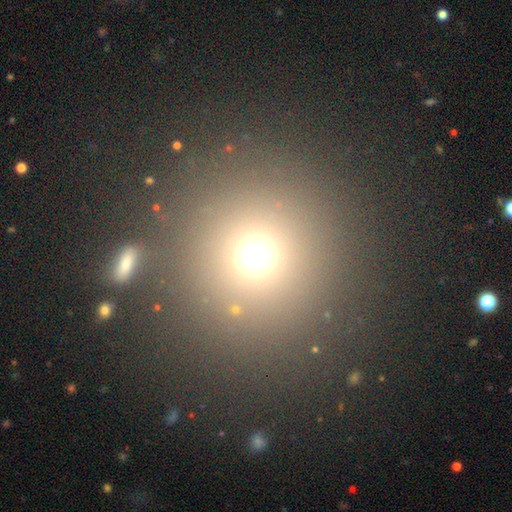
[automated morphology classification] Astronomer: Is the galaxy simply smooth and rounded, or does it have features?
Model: smooth — 68%.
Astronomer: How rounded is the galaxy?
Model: round — 95%.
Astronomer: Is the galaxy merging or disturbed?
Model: none — 81%.